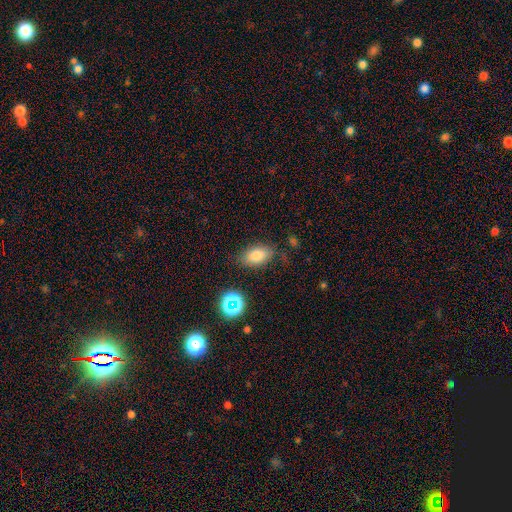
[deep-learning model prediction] This is likely a smooth galaxy (78%). How rounded: clearly in between (89%). Merging: likely none (77%).